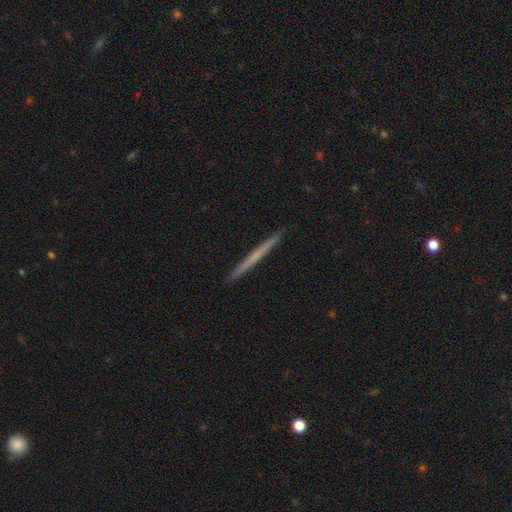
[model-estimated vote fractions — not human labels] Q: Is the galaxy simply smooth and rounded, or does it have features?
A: featured or disk — 48%.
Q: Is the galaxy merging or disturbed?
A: none — 94%.